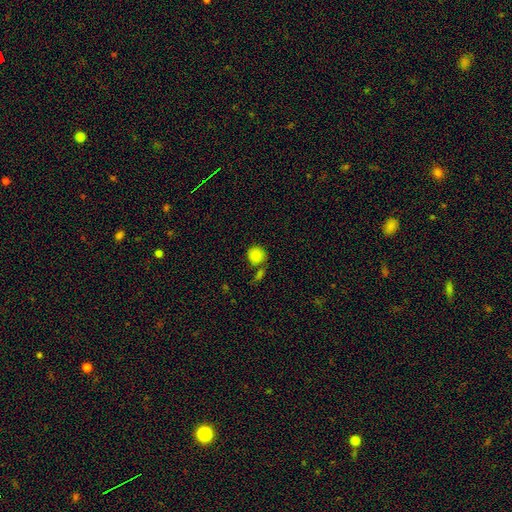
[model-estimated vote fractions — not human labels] Q: Smooth or featured?
A: smooth (84%); runner-up: star or artifact (9%)
Q: How rounded?
A: round (88%); runner-up: in between (11%)
Q: Merging?
A: none (61%); runner-up: merger (20%)